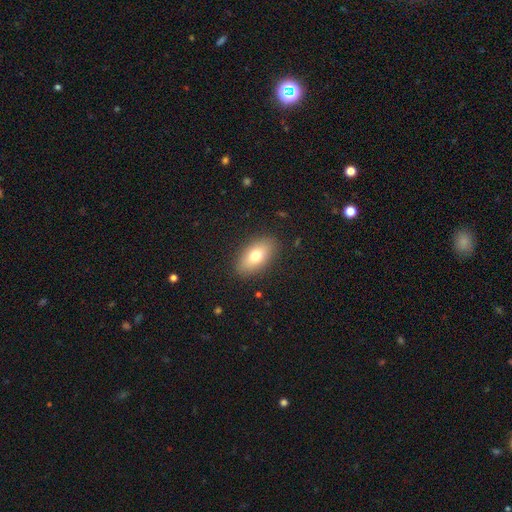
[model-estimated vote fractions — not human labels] Smooth or featured? Predicted: smooth (p=0.74). How rounded? Predicted: in between (p=0.89). Merging? Predicted: none (p=0.88).